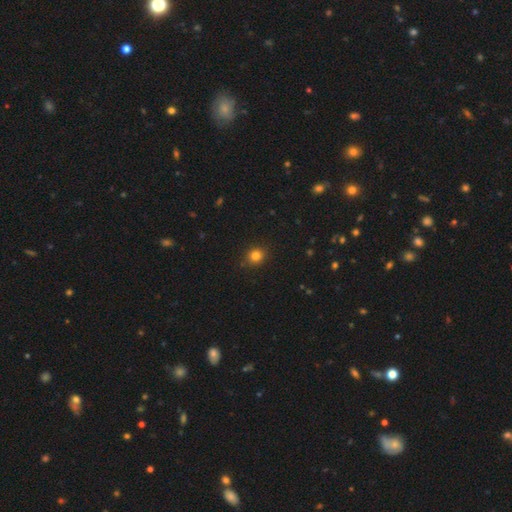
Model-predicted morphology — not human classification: Q: Smooth or featured?
A: smooth (82%); runner-up: star or artifact (13%)
Q: How rounded?
A: round (83%); runner-up: in between (17%)
Q: Merging?
A: none (90%); runner-up: minor disturbance (7%)